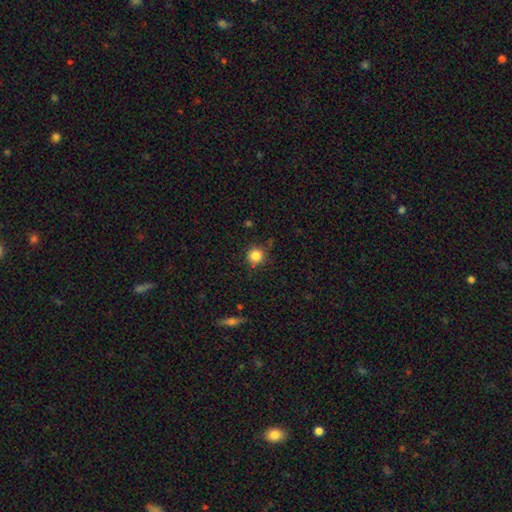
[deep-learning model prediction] Overall: smooth (84%). How rounded: round (93%). Merging: none (82%).